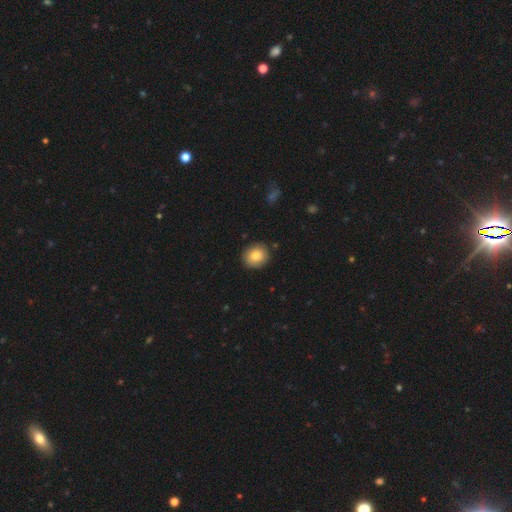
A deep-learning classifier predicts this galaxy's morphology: A smooth galaxy with no disk features (82%) that is round (72%).

Vote fractions:
- Smooth or featured? smooth: 82% / featured or disk: 10% / star or artifact: 8%
- How rounded? round: 72% / in between: 27% / cigar-shaped: 1%
- Merging? none: 88% / minor disturbance: 9% / major disturbance: 2% / merger: 1%